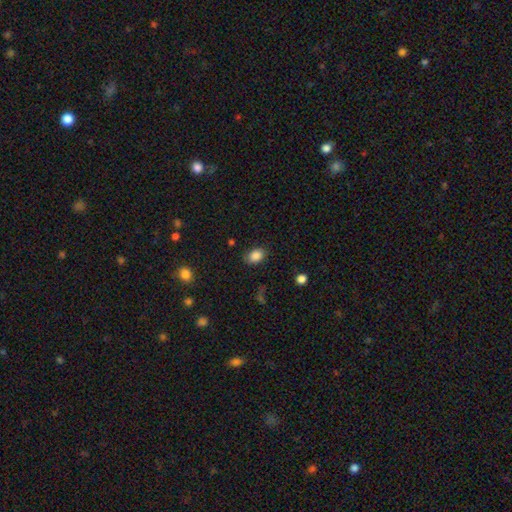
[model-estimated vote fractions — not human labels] Smooth or featured?
  - smooth: 86% *
  - star or artifact: 9%
  - featured or disk: 5%
How rounded?
  - in between: 81% *
  - round: 18%
  - cigar-shaped: 1%
Merging?
  - none: 79% *
  - minor disturbance: 16%
  - major disturbance: 4%
  - merger: 1%